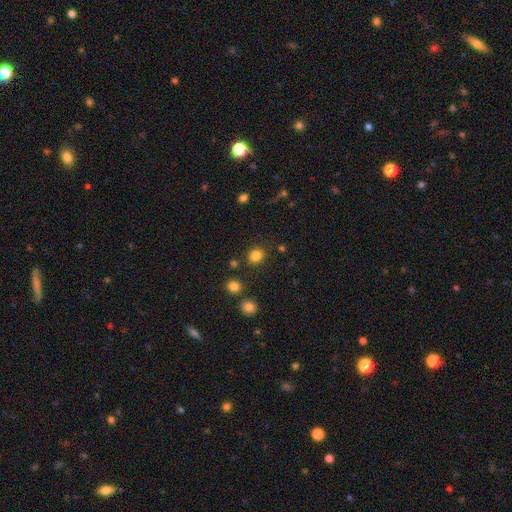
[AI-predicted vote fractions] A smooth galaxy with no disk features (83%) that is round (77%).

Vote fractions:
- Smooth or featured? smooth: 83% / star or artifact: 12% / featured or disk: 5%
- How rounded? round: 77% / in between: 22% / cigar-shaped: 1%
- Merging? none: 85% / minor disturbance: 8% / merger: 4% / major disturbance: 3%